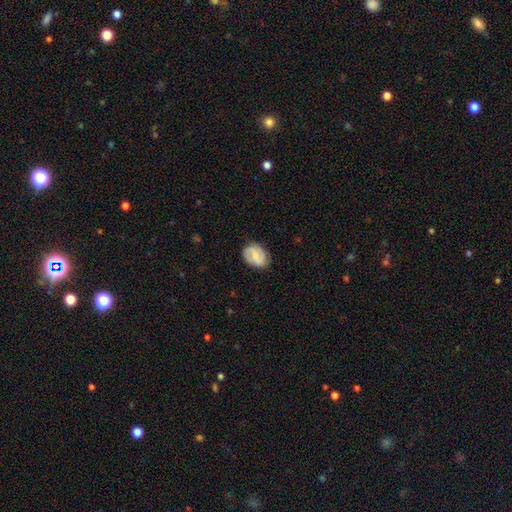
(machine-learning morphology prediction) A featured or disk galaxy (48%).

Vote fractions:
- Smooth or featured? featured or disk: 48% / smooth: 44% / star or artifact: 7%
- Merging? none: 80% / minor disturbance: 15% / major disturbance: 4% / merger: 1%